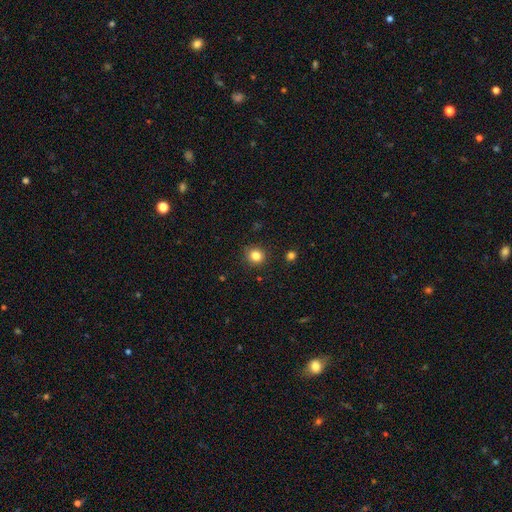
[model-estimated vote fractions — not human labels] A smooth galaxy with no disk features (82%) that is round (90%). Merging: none (90%).